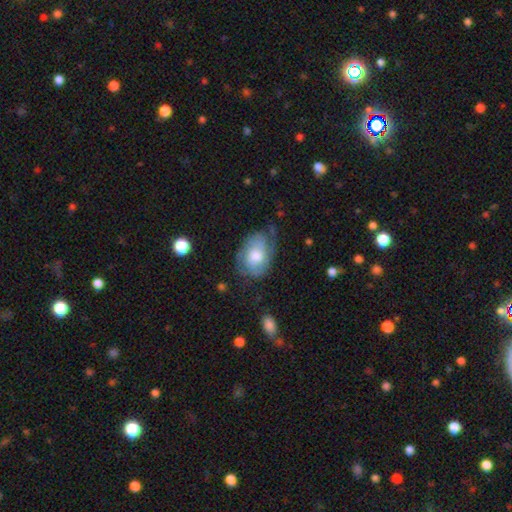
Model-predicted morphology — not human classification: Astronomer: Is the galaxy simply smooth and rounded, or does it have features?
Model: featured or disk — 60%.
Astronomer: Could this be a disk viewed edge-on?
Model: no — 96%.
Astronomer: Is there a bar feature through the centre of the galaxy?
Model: no — 75%.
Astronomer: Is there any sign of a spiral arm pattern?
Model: yes — 82%.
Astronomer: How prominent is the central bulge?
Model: moderate — 56%.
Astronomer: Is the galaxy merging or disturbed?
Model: none — 56%.